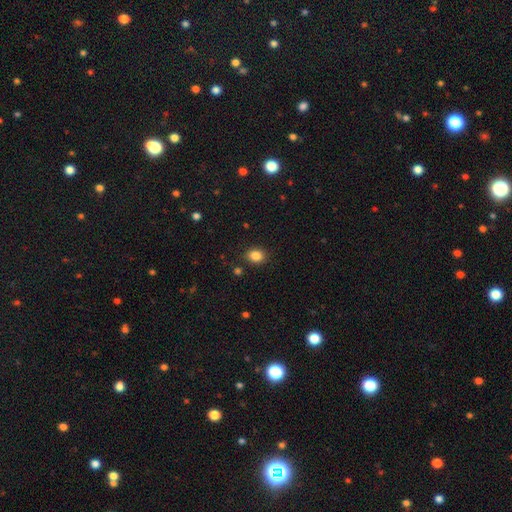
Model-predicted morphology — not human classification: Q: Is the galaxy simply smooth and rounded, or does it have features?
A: smooth — 84%.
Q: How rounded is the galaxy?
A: round — 55%.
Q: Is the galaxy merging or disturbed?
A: none — 87%.